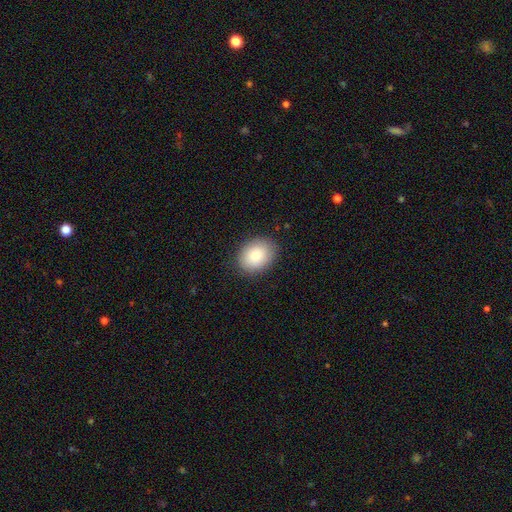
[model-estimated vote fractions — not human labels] smooth-or-featured: smooth: 86% | star or artifact: 7% | featured or disk: 7%
  how-rounded: in between: 60% | round: 39% | cigar-shaped: 1%
  merging: none: 87% | minor disturbance: 10% | major disturbance: 3% | merger: 1%